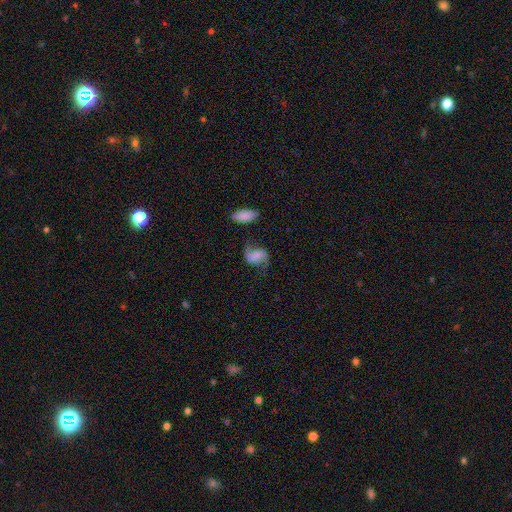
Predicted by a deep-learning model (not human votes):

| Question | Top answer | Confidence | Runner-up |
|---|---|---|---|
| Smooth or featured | featured or disk | 61% | smooth (29%) |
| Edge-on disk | no | 97% | yes (3%) |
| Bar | no | 46% | weak (39%) |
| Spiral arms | yes | 92% | no (8%) |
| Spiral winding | loose | 57% | medium (33%) |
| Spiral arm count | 2 | 89% | can't tell (4%) |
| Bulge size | small | 32% | none (31%) |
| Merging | none | 61% | minor disturbance (22%) |